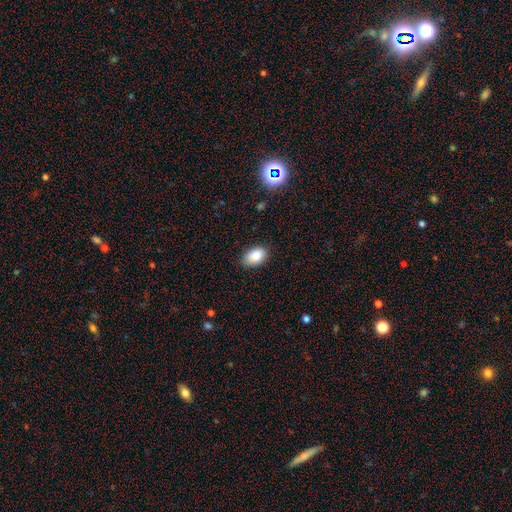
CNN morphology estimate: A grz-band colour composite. It shows a smooth galaxy with no disk features (87%) that is in between round and cigar-shaped (88%). Merging: none (82%).